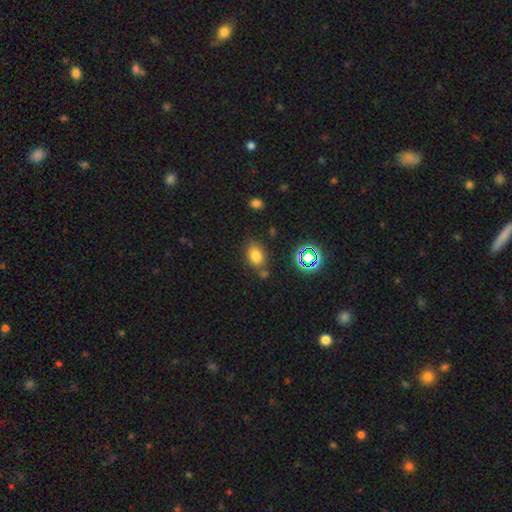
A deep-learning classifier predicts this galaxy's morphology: type=smooth (75%); roundness=in between (73%); merging=none (72%).